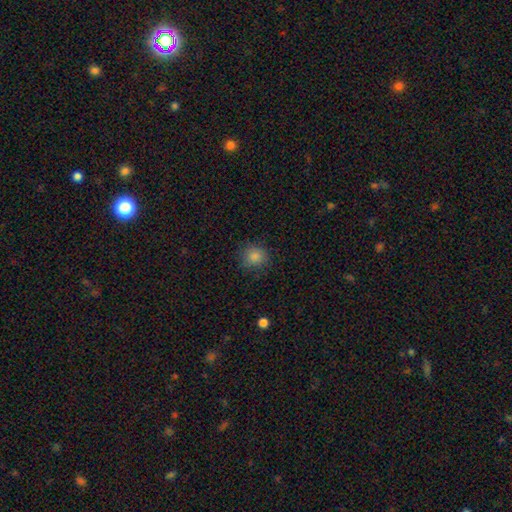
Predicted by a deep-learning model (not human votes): Smooth or featured? Predicted: smooth (p=0.83). How rounded? Predicted: round (p=0.86). Merging? Predicted: none (p=0.86).